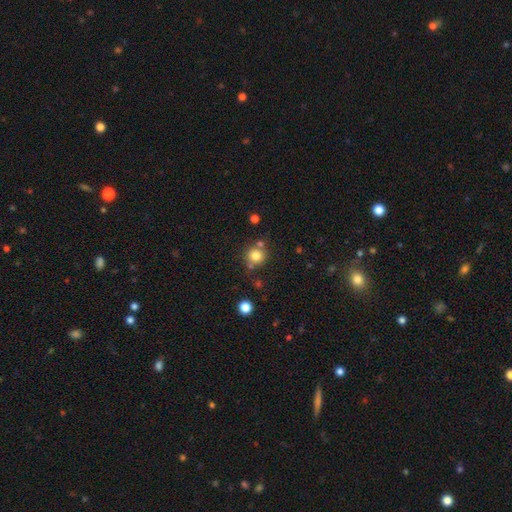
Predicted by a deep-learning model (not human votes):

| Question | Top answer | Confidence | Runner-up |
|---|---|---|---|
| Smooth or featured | smooth | 79% | star or artifact (13%) |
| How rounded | round | 91% | in between (8%) |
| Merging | none | 70% | merger (16%) |